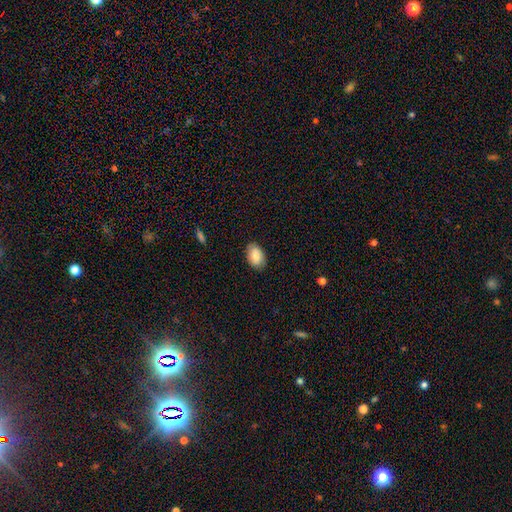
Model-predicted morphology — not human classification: Smooth or featured? Predicted: smooth (p=0.78). How rounded? Predicted: in between (p=0.88). Merging? Predicted: none (p=0.85).